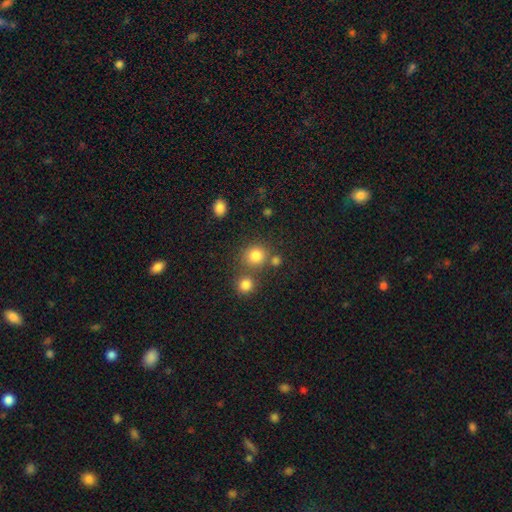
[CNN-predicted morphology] The model was most divided on "merging": none: 67%, merger: 19%, minor disturbance: 9%, major disturbance: 4%. More confident: how rounded — round (85%); smooth or featured — smooth (81%).